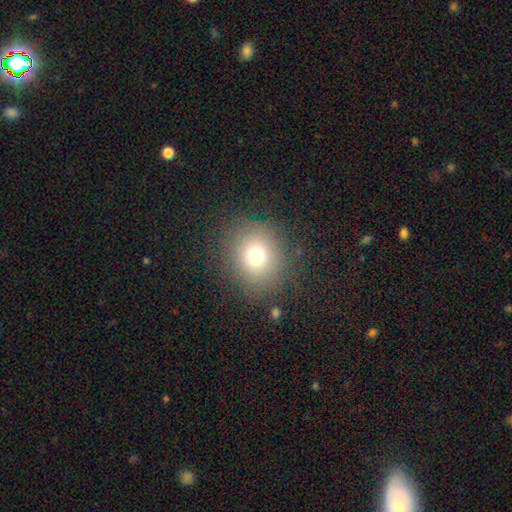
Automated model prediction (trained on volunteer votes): smooth-or-featured: smooth: 73% | star or artifact: 16% | featured or disk: 11%
  how-rounded: round: 85% | in between: 14% | cigar-shaped: 1%
  merging: none: 85% | minor disturbance: 9% | major disturbance: 5% | merger: 1%